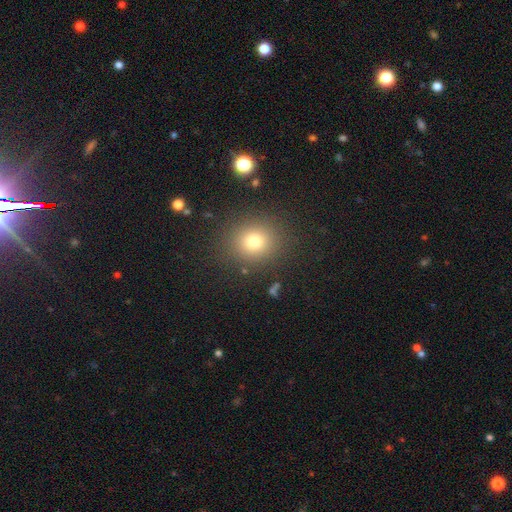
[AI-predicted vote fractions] Smooth or featured? smooth (68%)
How rounded? round (80%)
Merging? none (89%)